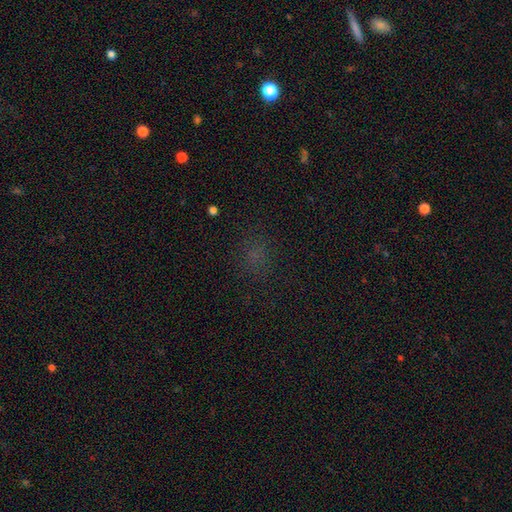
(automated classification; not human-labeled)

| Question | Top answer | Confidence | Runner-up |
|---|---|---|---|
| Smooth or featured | smooth | 56% | star or artifact (36%) |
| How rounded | round | 67% | in between (31%) |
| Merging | none | 80% | minor disturbance (13%) |